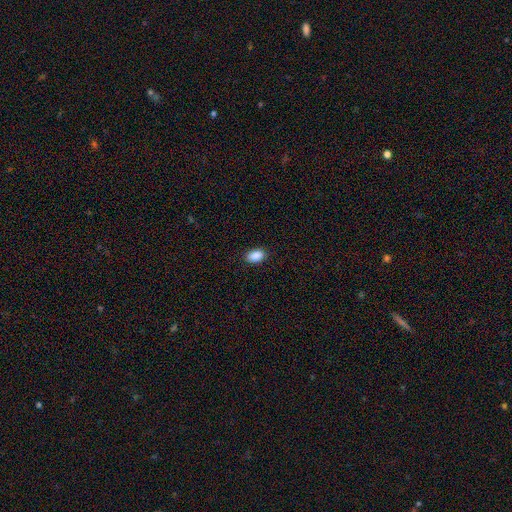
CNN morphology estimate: Smooth or featured?
  - smooth: 90% *
  - star or artifact: 7%
  - featured or disk: 3%
How rounded?
  - in between: 91% *
  - round: 7%
  - cigar-shaped: 2%
Merging?
  - none: 89% *
  - minor disturbance: 8%
  - major disturbance: 2%
  - merger: 1%